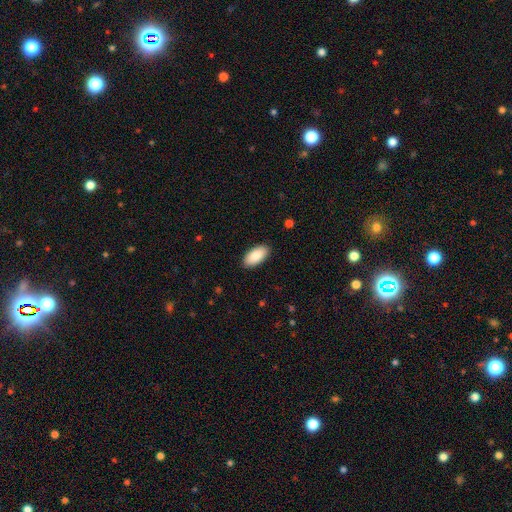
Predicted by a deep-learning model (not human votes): This appears to be a smooth galaxy with no disk features (87%) that is in between round and cigar-shaped (95%). Merging: none (89%).